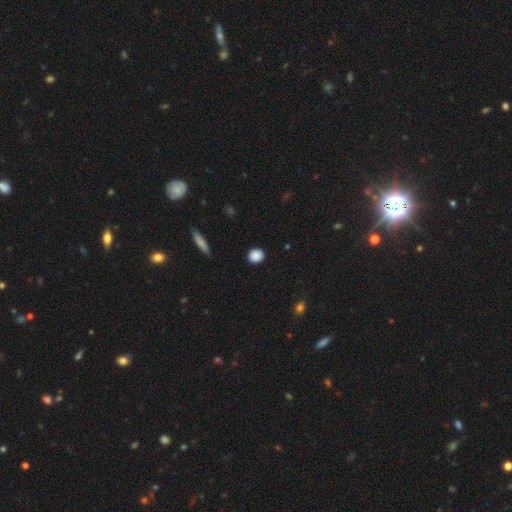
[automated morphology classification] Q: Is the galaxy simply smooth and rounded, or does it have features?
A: smooth — 88%.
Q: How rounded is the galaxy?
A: round — 73%.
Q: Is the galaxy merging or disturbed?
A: none — 90%.